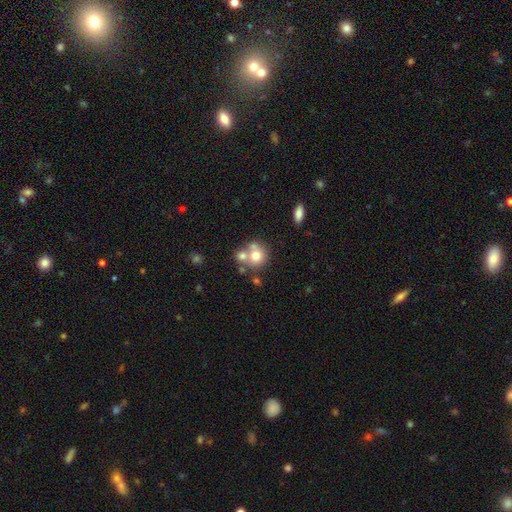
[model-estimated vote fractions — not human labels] Morphology: type=smooth (68%); roundness=round (83%); merging=merger (46%).